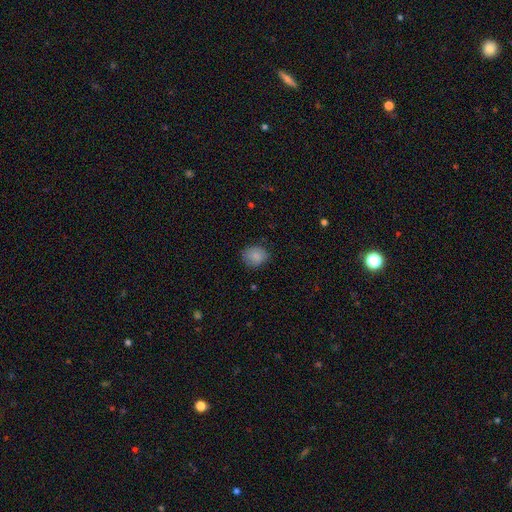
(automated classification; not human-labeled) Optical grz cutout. It shows a smooth galaxy with no disk features (86%) that is round (70%). Merging: none (78%).